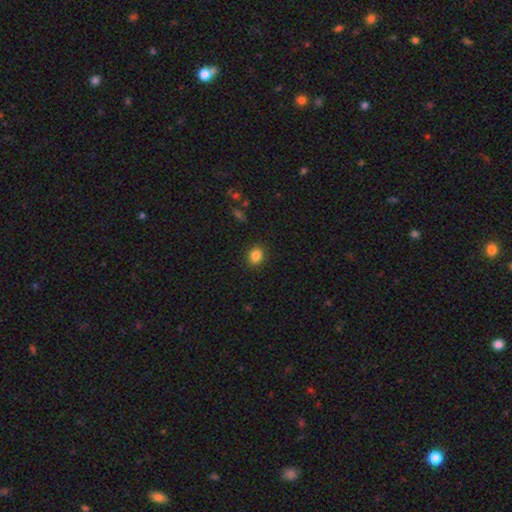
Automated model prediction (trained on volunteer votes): smooth 85%, star or artifact 11%, featured or disk 4%. Down the decision tree: how rounded — round (65%); merging — none (90%).